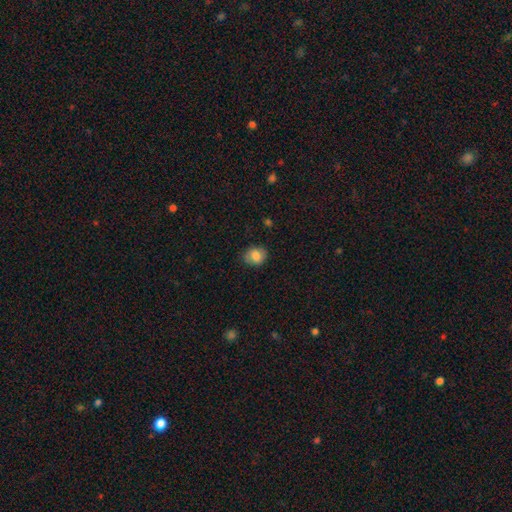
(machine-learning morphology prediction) Smooth or featured? smooth (82%)
How rounded? round (62%)
Merging? none (81%)